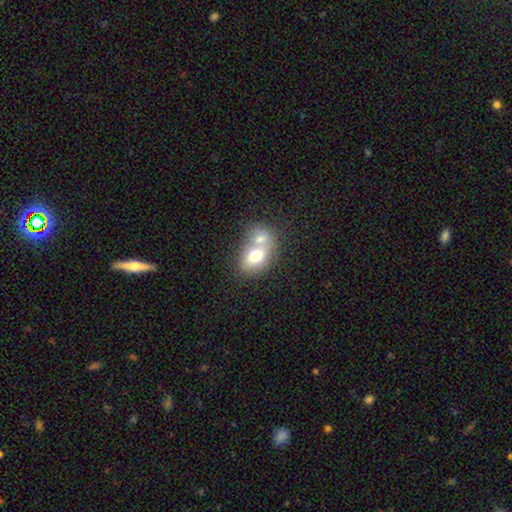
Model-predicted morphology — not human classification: This is likely a smooth galaxy (71%). How rounded: likely in between (71%). Merging: likely merger (66%).